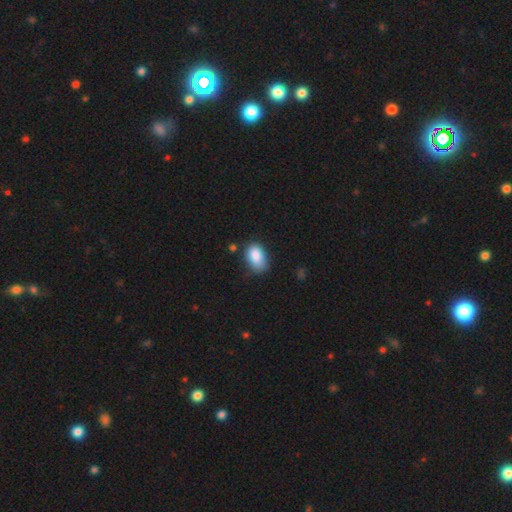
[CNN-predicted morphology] Q: Smooth or featured?
A: smooth (87%); runner-up: star or artifact (7%)
Q: How rounded?
A: in between (89%); runner-up: round (10%)
Q: Merging?
A: none (65%); runner-up: minor disturbance (26%)